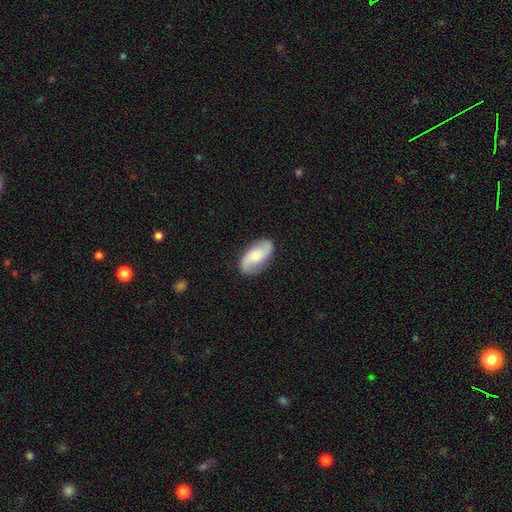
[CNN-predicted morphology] This is likely a featured or disk galaxy (67%). It is clearly not viewed edge-on (96%). Bar: possibly no (58%). Spiral arm pattern: clearly yes (95%). Spiral arm count: clearly 2 (92%). Spiral winding: possibly loose (46%). Central bulge: marginally moderate (34%). Merging: clearly none (84%).